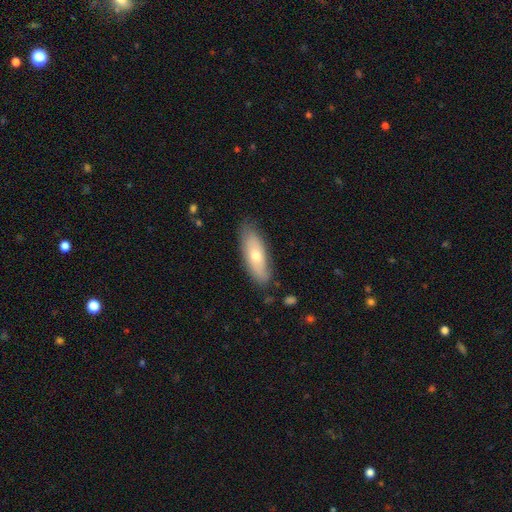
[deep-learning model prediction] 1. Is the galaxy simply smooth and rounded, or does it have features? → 63% smooth, 31% featured or disk, 6% star or artifact.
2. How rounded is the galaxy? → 64% in between, 34% cigar-shaped, 2% round.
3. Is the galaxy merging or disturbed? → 81% none, 14% minor disturbance, 3% major disturbance, 2% merger.